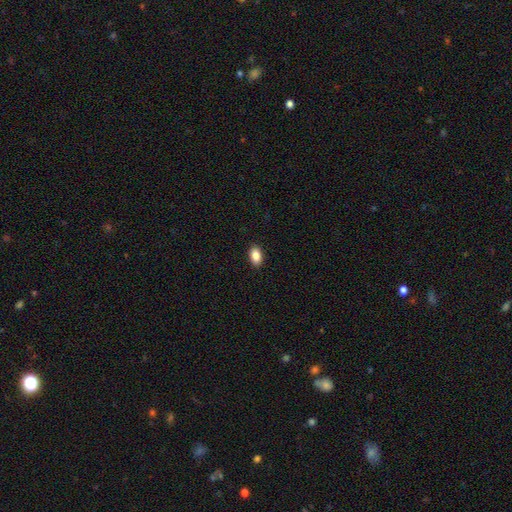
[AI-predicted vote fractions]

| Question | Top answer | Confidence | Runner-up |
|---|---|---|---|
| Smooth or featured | smooth | 87% | star or artifact (8%) |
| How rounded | in between | 90% | round (8%) |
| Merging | none | 91% | minor disturbance (7%) |